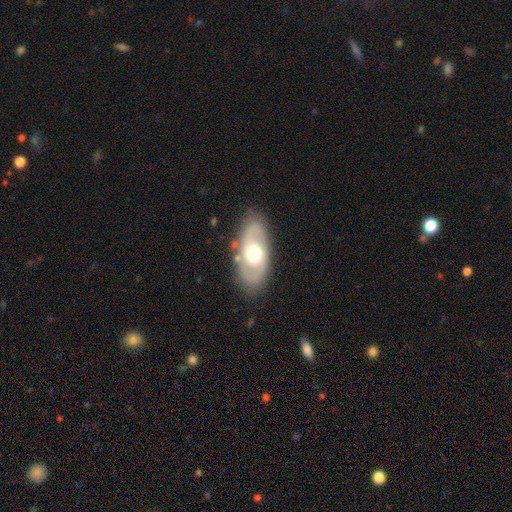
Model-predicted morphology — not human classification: This is likely a featured or disk galaxy (64%). It is clearly not viewed edge-on (90%). Bar: likely no (73%). Spiral arm pattern: possibly yes (59%). Central bulge: likely moderate (70%). Merging: clearly none (82%).